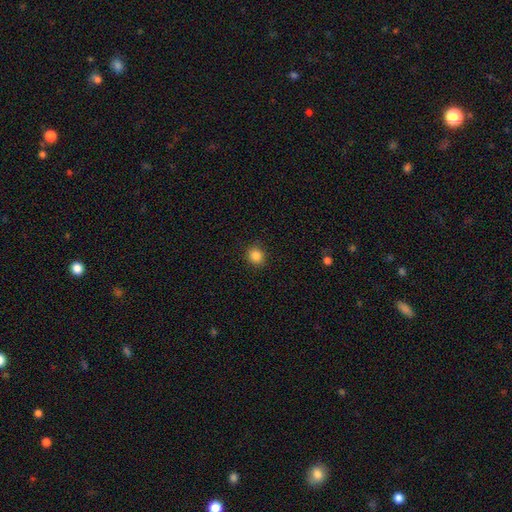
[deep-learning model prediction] smooth-or-featured: smooth: 85% | star or artifact: 11% | featured or disk: 4%
  how-rounded: round: 80% | in between: 19% | cigar-shaped: 1%
  merging: none: 89% | minor disturbance: 8% | major disturbance: 2% | merger: 1%